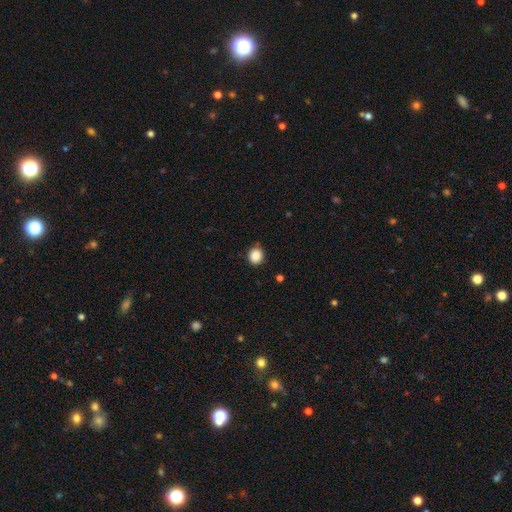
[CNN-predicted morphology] type=smooth (87%); roundness=round (83%); merging=none (84%).